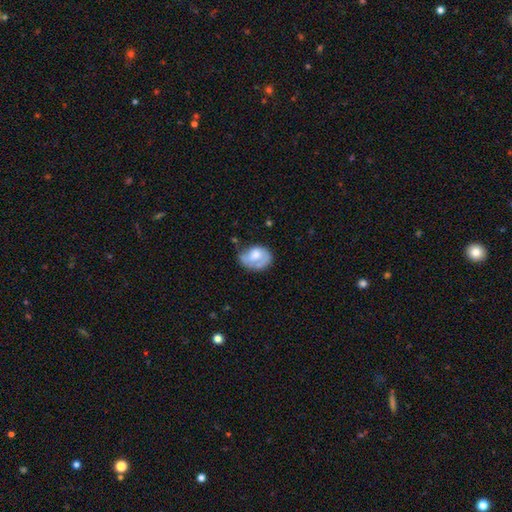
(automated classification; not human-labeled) Smooth or featured? smooth (52%)
How rounded? in between (69%)
Merging? none (44%)